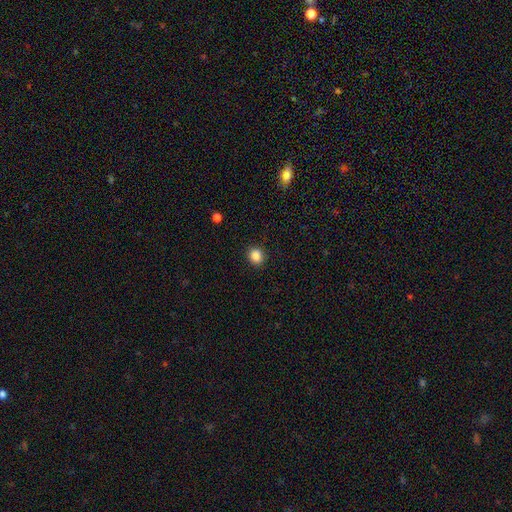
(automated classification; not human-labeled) The model was most divided on "how rounded": round: 79%, in between: 20%, cigar-shaped: 1%. More confident: merging — none (91%); smooth or featured — smooth (86%).